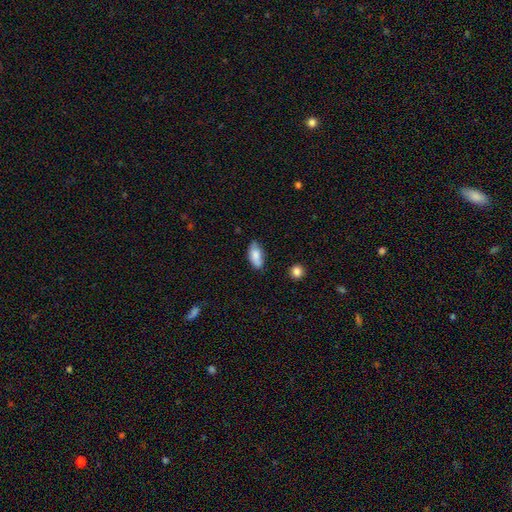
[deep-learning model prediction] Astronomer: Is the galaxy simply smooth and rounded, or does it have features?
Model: smooth — 81%.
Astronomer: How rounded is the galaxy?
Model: in between — 90%.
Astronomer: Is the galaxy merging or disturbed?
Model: none — 68%.